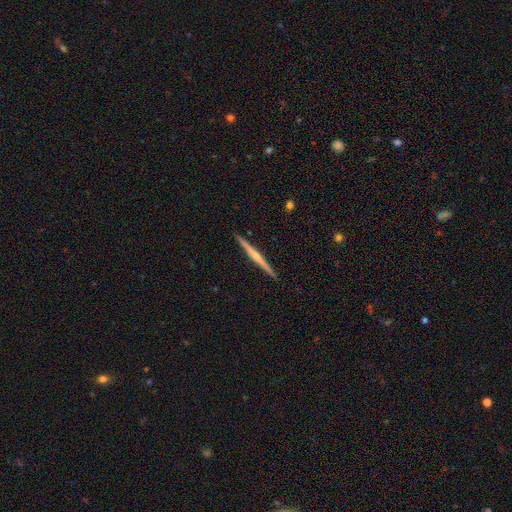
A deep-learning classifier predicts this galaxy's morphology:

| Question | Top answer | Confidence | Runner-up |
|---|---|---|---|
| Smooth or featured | featured or disk | 71% | smooth (25%) |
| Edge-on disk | yes | 98% | no (2%) |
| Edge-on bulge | rounded | 56% | none (35%) |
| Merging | none | 92% | minor disturbance (5%) |